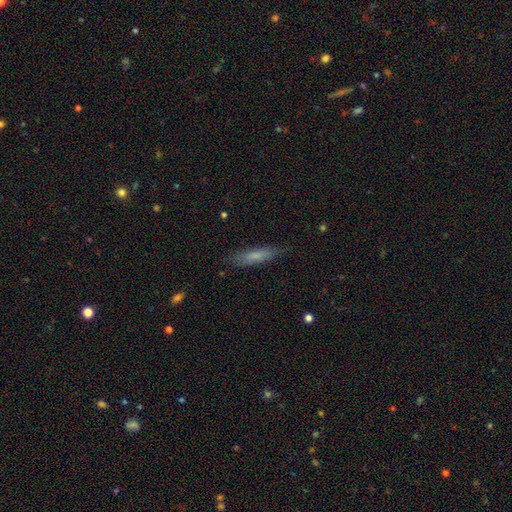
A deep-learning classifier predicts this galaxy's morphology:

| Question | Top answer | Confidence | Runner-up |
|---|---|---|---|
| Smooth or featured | smooth | 67% | featured or disk (26%) |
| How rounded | cigar-shaped | 81% | in between (17%) |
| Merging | none | 81% | minor disturbance (14%) |